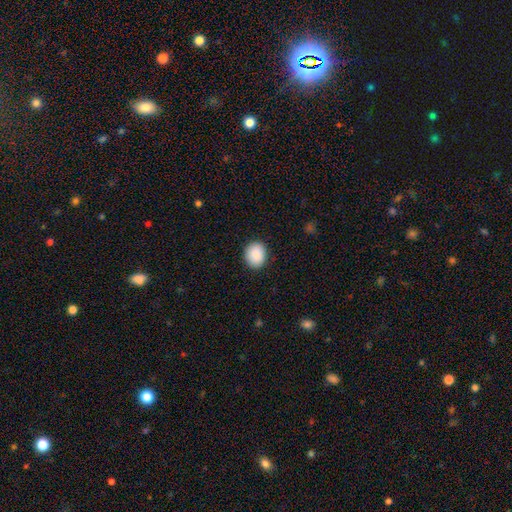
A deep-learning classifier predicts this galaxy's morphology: The model was most divided on "how rounded": round: 63%, in between: 36%, cigar-shaped: 1%. More confident: merging — none (89%); smooth or featured — smooth (89%).